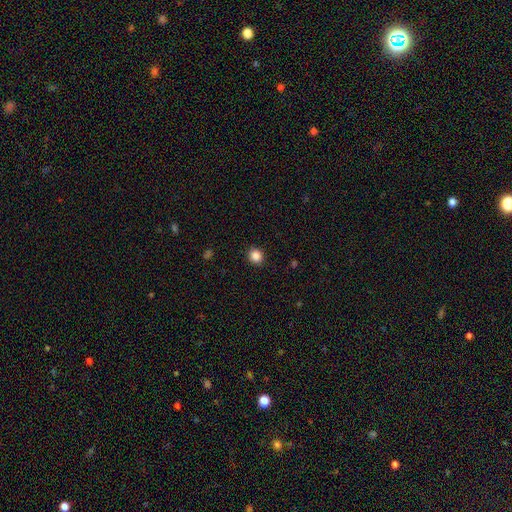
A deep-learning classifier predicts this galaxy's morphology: Smooth or featured? Predicted: smooth (p=0.86). How rounded? Predicted: round (p=0.83). Merging? Predicted: none (p=0.91).